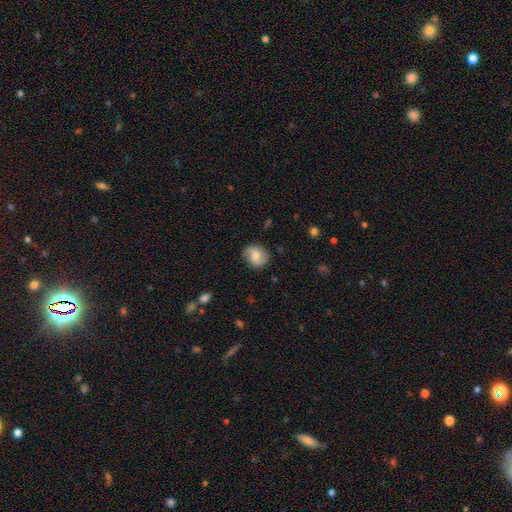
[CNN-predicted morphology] smooth_or_featured: smooth (p=0.50) [alt: featured or disk p=0.42]
merging: none (p=0.81) [alt: minor disturbance p=0.15]